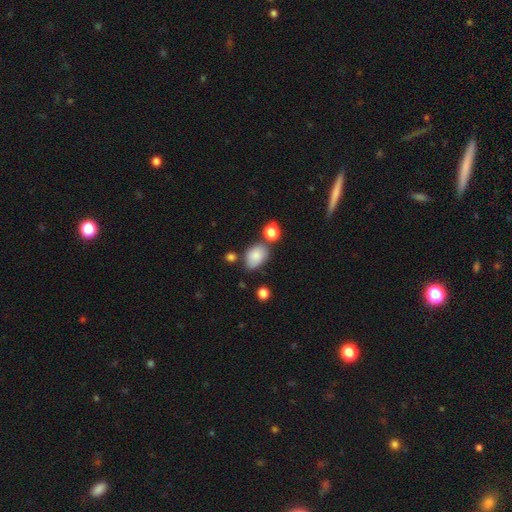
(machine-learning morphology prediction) Q: Smooth or featured?
A: smooth (83%); runner-up: star or artifact (9%)
Q: How rounded?
A: in between (83%); runner-up: round (16%)
Q: Merging?
A: none (59%); runner-up: minor disturbance (24%)